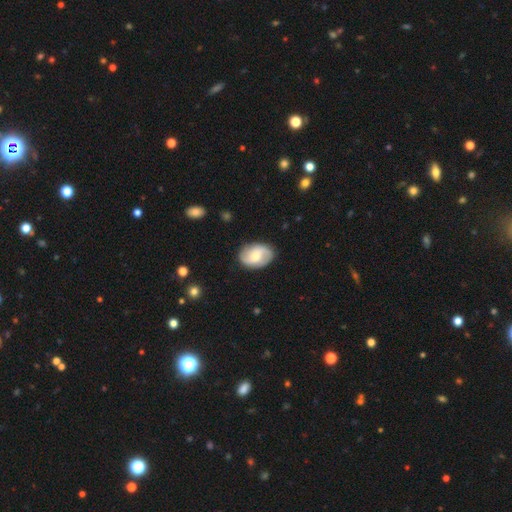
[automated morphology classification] type=featured or disk (60%); edge-on=no (96%); bar=no (46%); spiral arms=yes (87%); winding=loose (41%); arm count=2 (85%); bulge=moderate (60%); merging=none (84%).